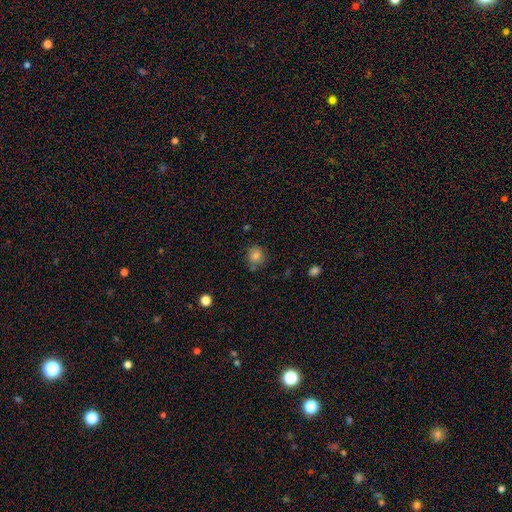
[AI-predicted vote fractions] A smooth galaxy with no disk features (80%) that is round (89%). Merging: none (79%).